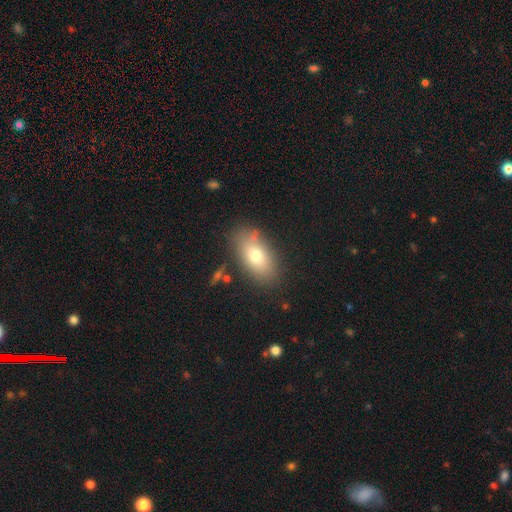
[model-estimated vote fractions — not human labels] Smooth or featured: smooth — 73% (featured or disk — 18%)
How rounded: in between — 89% (round — 8%)
Merging: none — 80% (minor disturbance — 12%)